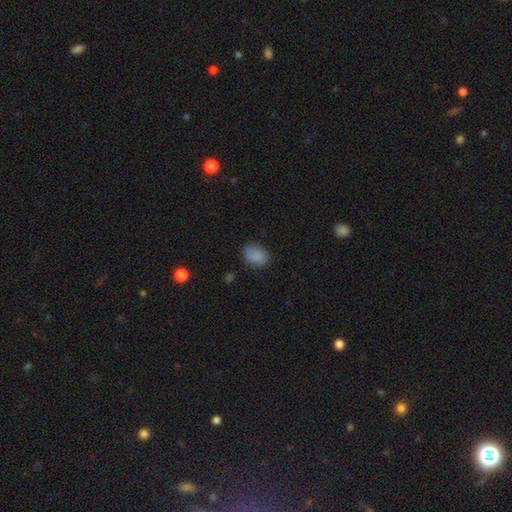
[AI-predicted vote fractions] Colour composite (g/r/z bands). It shows a smooth galaxy with no disk features (86%) that is in between round and cigar-shaped (75%). Merging: none (77%).